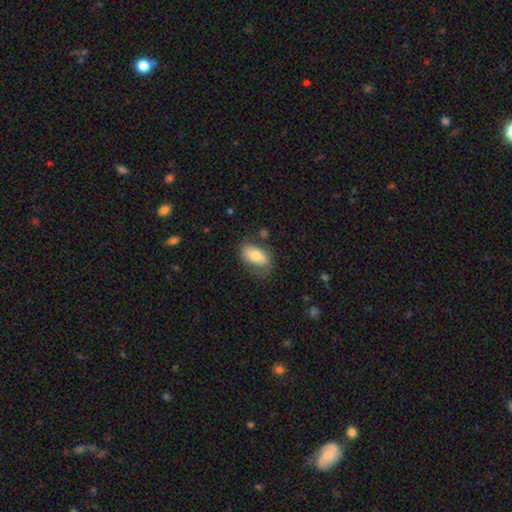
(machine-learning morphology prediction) Smooth or featured? smooth (66%)
How rounded? in between (91%)
Merging? none (57%)